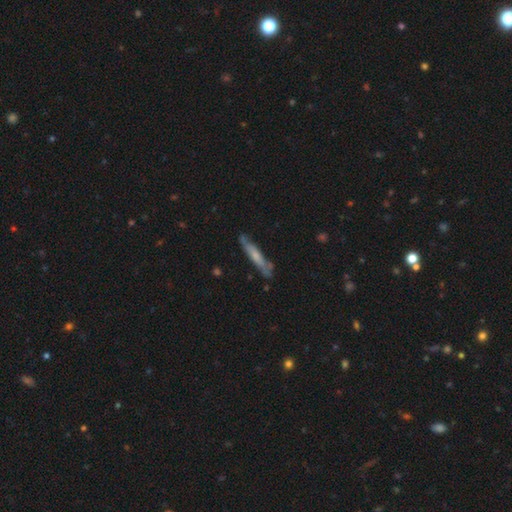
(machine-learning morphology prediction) Smooth or featured?
  - smooth: 47% * (tied)
  - featured or disk: 47% * (tied)
  - star or artifact: 6%
Merging?
  - none: 74% *
  - minor disturbance: 19%
  - major disturbance: 4%
  - merger: 3%